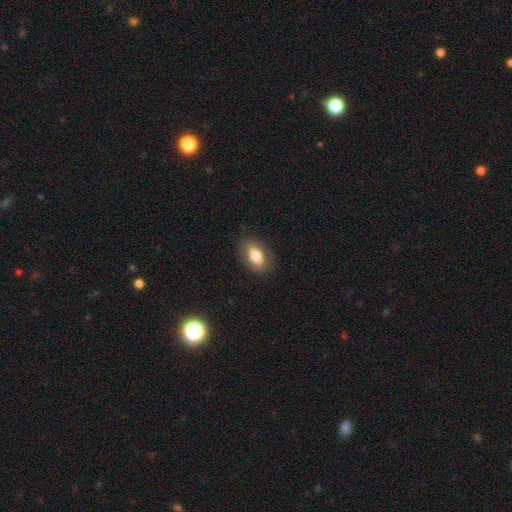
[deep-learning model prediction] smooth-or-featured: smooth: 69% | featured or disk: 23% | star or artifact: 7%
  how-rounded: in between: 88% | round: 9% | cigar-shaped: 3%
  merging: none: 82% | minor disturbance: 13% | major disturbance: 4% | merger: 1%